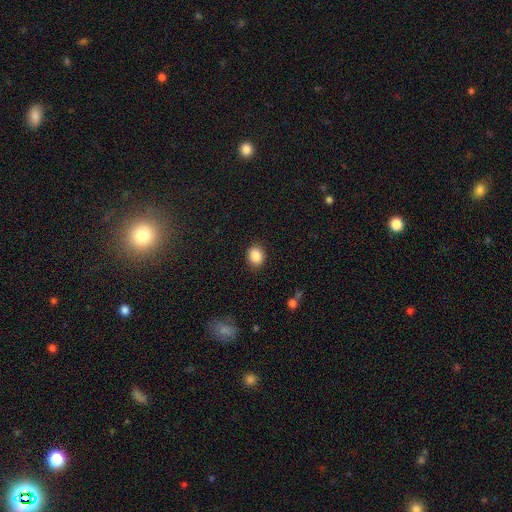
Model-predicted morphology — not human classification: Smooth or featured: smooth — 88% (star or artifact — 9%)
How rounded: round — 51% (in between — 49%)
Merging: none — 88% (minor disturbance — 9%)